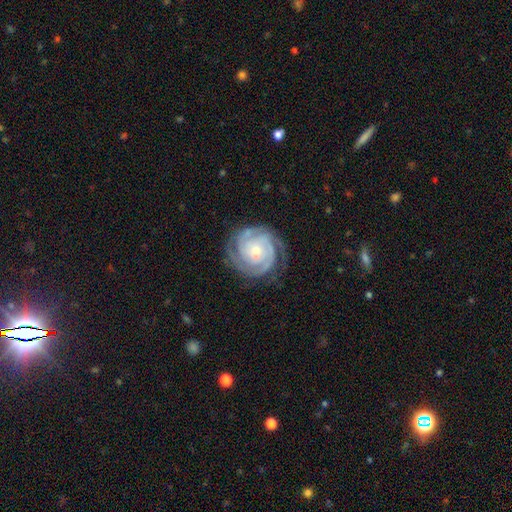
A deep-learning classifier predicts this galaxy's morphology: The model was most divided on "spiral arm count": 3: 34%, 2: 33%, can't tell: 13%, 4: 10%, 1: 5%, more than 4: 5%. More confident: spiral arms — yes (98%); edge-on disk — no (98%); smooth or featured — featured or disk (90%); spiral winding — tight (78%); merging — none (77%); bar — no (59%); bulge size — small (56%).